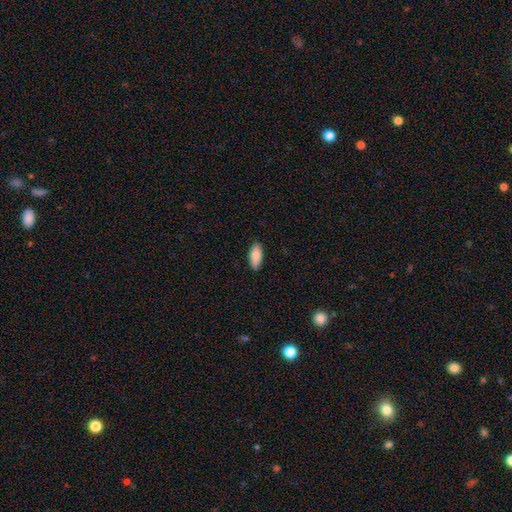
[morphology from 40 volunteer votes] Smooth or featured? 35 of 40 (88%) said smooth. How rounded? 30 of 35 (86%) said in between. Merging? 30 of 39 (77%) said none.